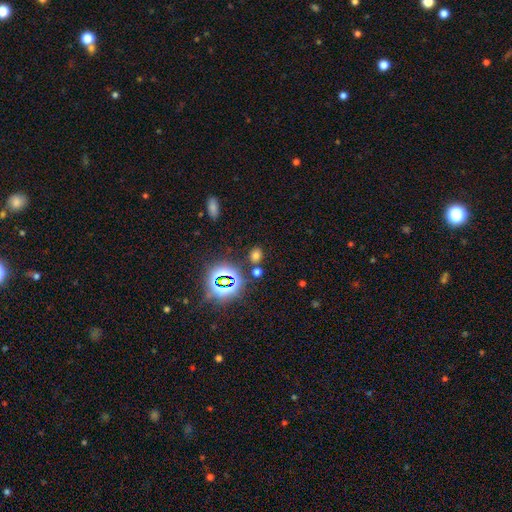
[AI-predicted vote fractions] Smooth or featured?
  - smooth: 60% *
  - star or artifact: 33%
  - featured or disk: 7%
How rounded?
  - round: 50% *
  - in between: 49%
  - cigar-shaped: 2%
Merging?
  - none: 80% *
  - minor disturbance: 9%
  - merger: 8%
  - major disturbance: 3%